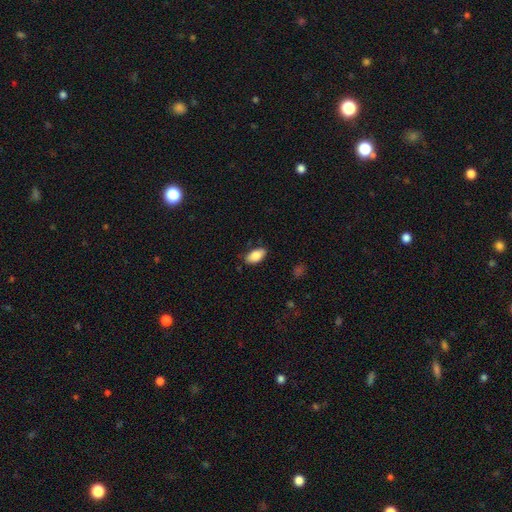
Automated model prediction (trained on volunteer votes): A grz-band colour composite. It shows a smooth galaxy with no disk features (84%) that is in between round and cigar-shaped (93%). Merging: none (84%).